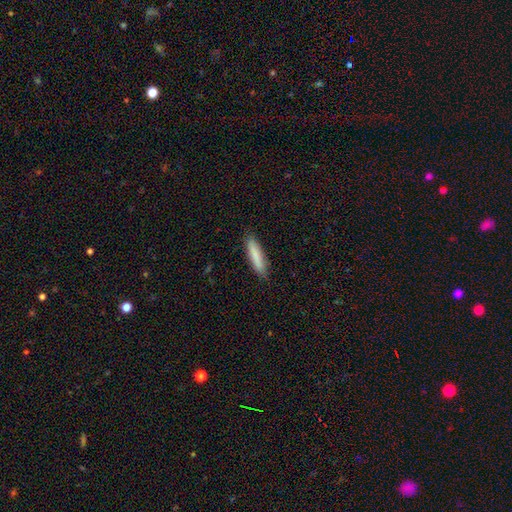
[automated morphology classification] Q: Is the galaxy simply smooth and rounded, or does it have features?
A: smooth — 84%.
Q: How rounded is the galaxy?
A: cigar-shaped — 83%.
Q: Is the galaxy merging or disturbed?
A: none — 87%.